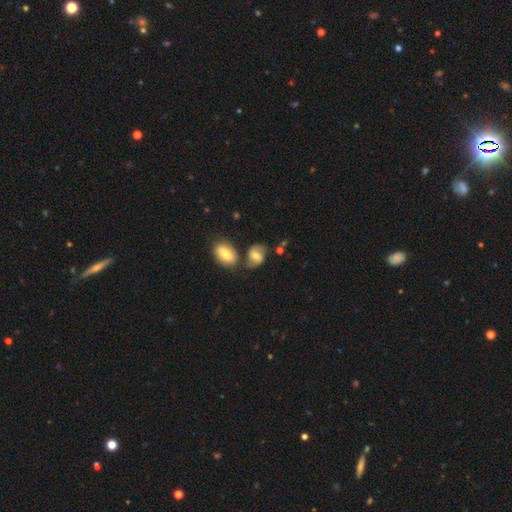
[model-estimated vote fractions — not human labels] Morphology: type=smooth (49%); merging=none (54%).